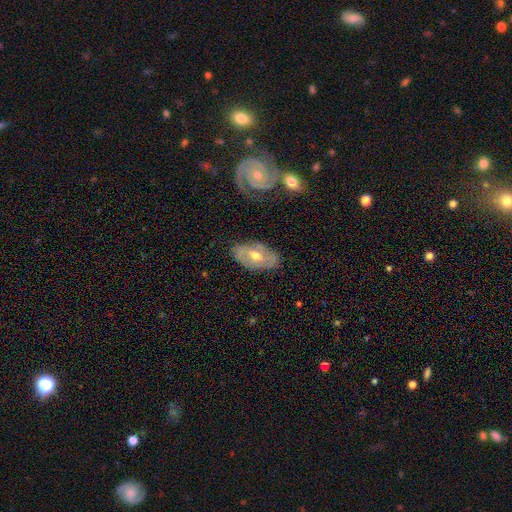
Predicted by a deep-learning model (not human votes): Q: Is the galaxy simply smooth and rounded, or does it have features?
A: featured or disk — 64%.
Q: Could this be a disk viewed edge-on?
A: no — 89%.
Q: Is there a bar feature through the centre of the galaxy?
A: no — 45%.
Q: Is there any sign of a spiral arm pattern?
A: yes — 68%.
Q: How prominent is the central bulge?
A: moderate — 69%.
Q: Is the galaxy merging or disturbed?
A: none — 72%.